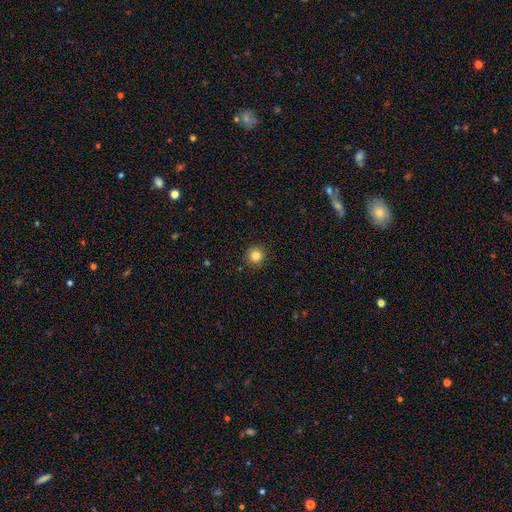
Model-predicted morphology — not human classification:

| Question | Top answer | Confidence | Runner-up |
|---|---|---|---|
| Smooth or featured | smooth | 84% | star or artifact (11%) |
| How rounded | round | 95% | in between (4%) |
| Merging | none | 92% | minor disturbance (6%) |